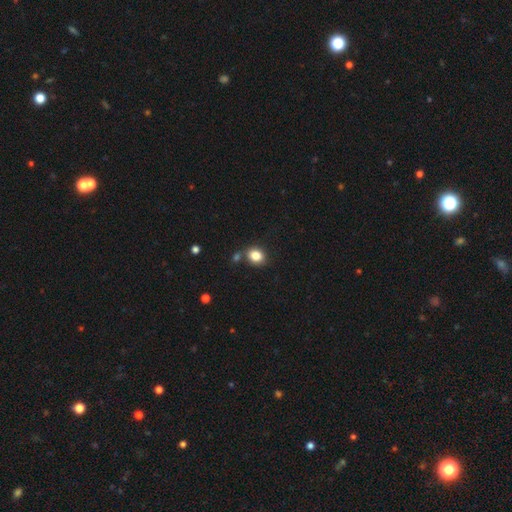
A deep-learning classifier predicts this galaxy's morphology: A smooth galaxy with no disk features (84%) that is round (60%). Merging: none (73%).